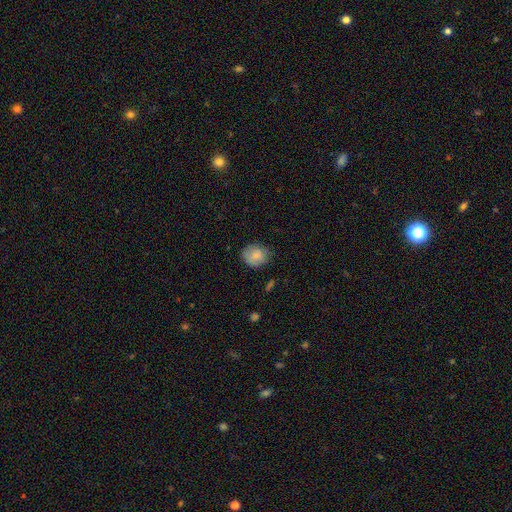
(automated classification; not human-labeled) This appears to be a smooth galaxy with no disk features (84%) that is round (70%). Merging: none (76%).